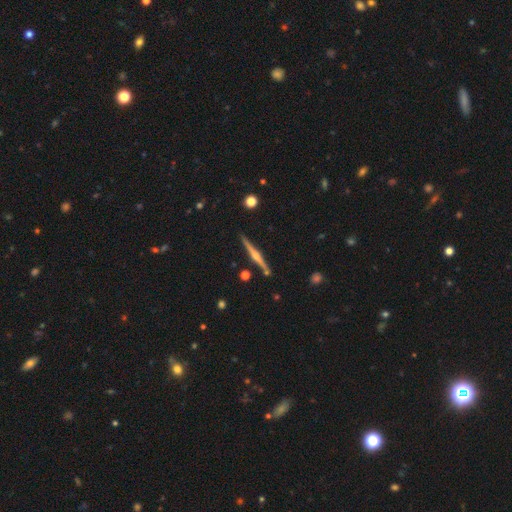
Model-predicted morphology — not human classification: Q: Smooth or featured?
A: featured or disk (82%); runner-up: smooth (13%)
Q: Edge-on disk?
A: yes (98%); runner-up: no (2%)
Q: Edge-on bulge?
A: rounded (91%); runner-up: boxy (5%)
Q: Merging?
A: none (89%); runner-up: minor disturbance (7%)